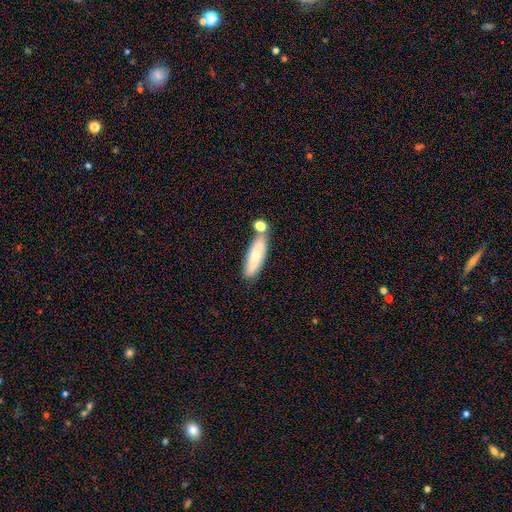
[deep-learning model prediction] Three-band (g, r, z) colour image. It shows a smooth galaxy with no disk features (64%) that is cigar-shaped (55%). Merging: none (59%).